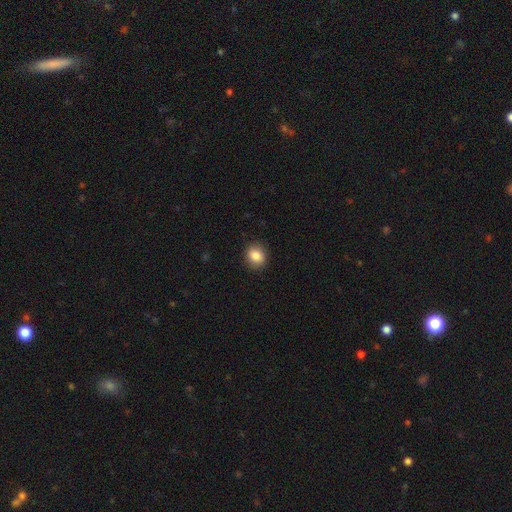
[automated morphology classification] Overall: smooth (86%). How rounded: round (68%; in between 31%). Merging: none (89%).